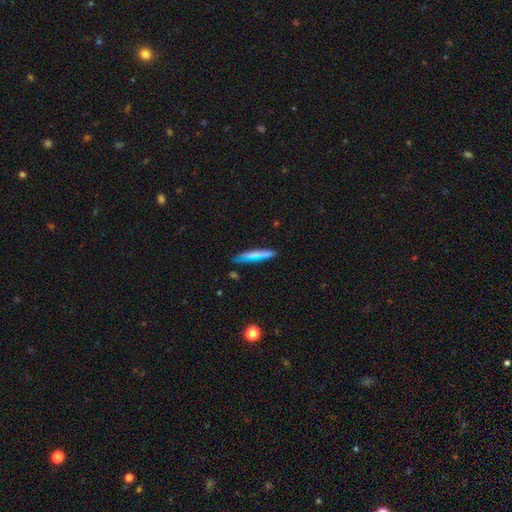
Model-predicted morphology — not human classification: Smooth or featured: smooth — 61% (featured or disk — 32%)
How rounded: cigar-shaped — 92% (in between — 7%)
Merging: none — 77% (minor disturbance — 17%)